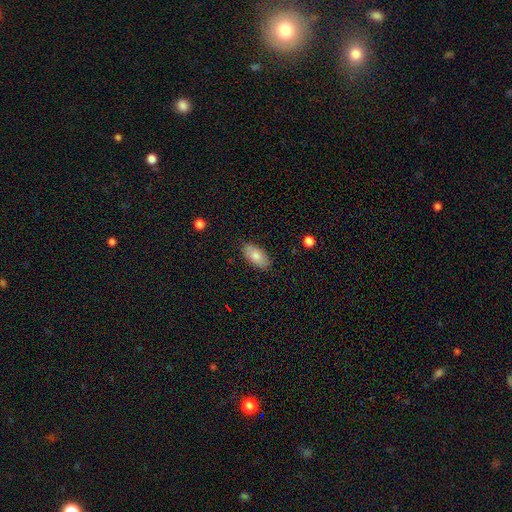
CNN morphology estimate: smooth 79%, featured or disk 14%, star or artifact 7%. Down the decision tree: how rounded — in between (93%); merging — none (85%).